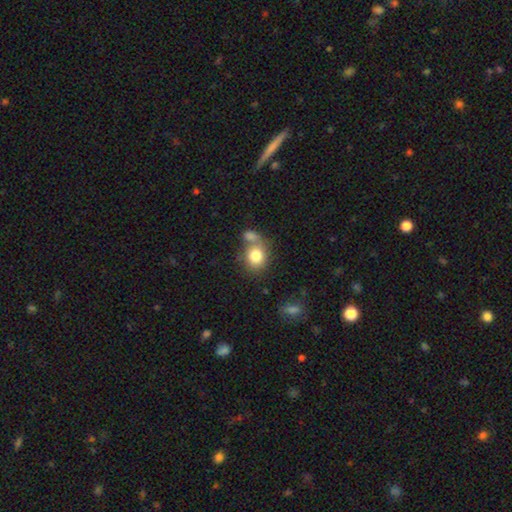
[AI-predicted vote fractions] Overall: smooth (80%). How rounded: round (66%; in between 33%). Merging: none (44%; merger 37%).